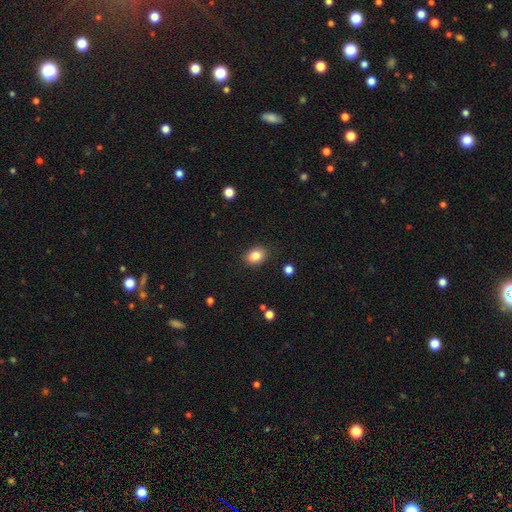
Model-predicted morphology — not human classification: Smooth or featured? smooth (84%)
How rounded? in between (66%)
Merging? none (85%)